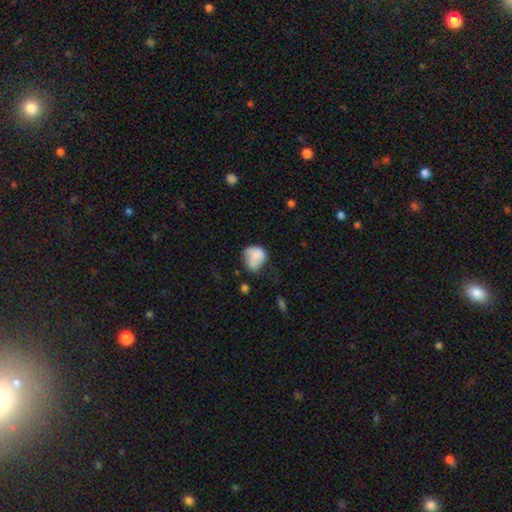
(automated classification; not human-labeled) A smooth galaxy with no disk features (72%) that is round (59%).

Vote fractions:
- Smooth or featured? smooth: 72% / featured or disk: 19% / star or artifact: 9%
- How rounded? round: 59% / in between: 40% / cigar-shaped: 1%
- Merging? minor disturbance: 36% / none: 35% / major disturbance: 20% / merger: 10%